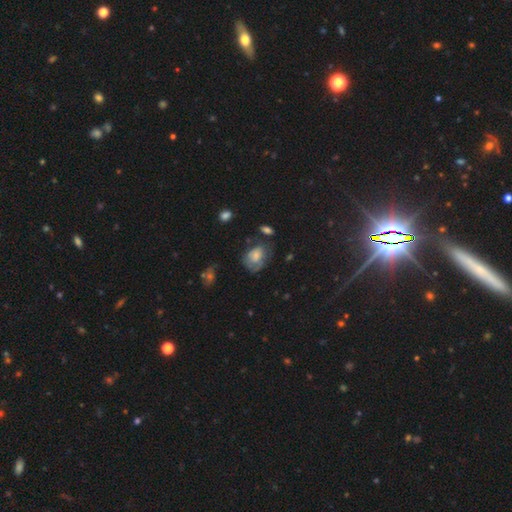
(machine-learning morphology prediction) smooth-or-featured: smooth: 60% | featured or disk: 30% | star or artifact: 10%
  how-rounded: in between: 70% | round: 29% | cigar-shaped: 1%
  merging: none: 42% | minor disturbance: 32% | major disturbance: 21% | merger: 5%